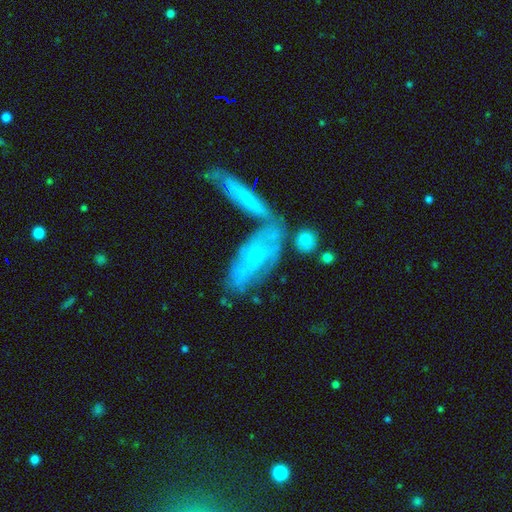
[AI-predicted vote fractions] Smooth or featured: featured or disk — 61% (smooth — 32%)
Edge-on disk: no — 75% (yes — 25%)
Merging: merger — 38% (none — 37%)